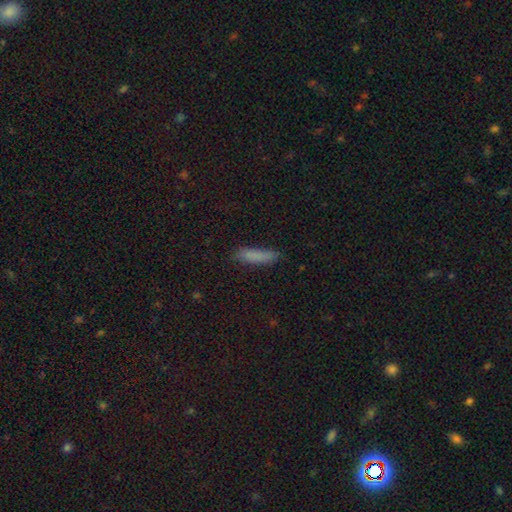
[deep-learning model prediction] Q: Smooth or featured?
A: smooth (83%); runner-up: featured or disk (9%)
Q: How rounded?
A: cigar-shaped (75%); runner-up: in between (23%)
Q: Merging?
A: none (79%); runner-up: minor disturbance (16%)